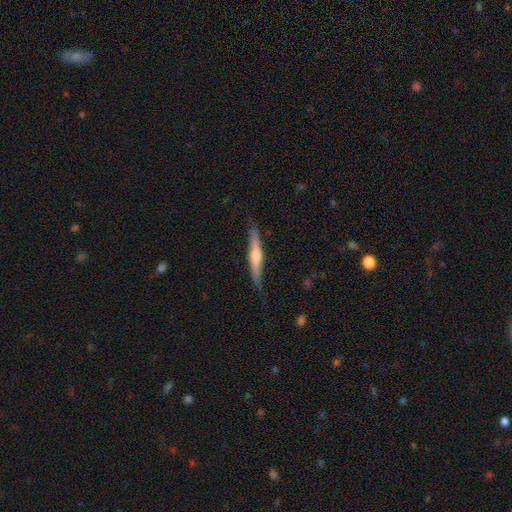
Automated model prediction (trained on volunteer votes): The model was most divided on "smooth or featured": featured or disk: 60%, smooth: 35%, star or artifact: 5%. More confident: edge-on disk — yes (95%); edge-on bulge — rounded (84%); merging — none (81%).